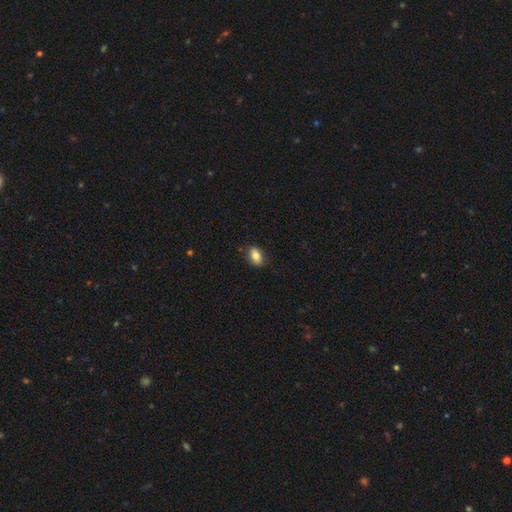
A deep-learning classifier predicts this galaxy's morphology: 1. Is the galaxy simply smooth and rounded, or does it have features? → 81% smooth, 11% featured or disk, 8% star or artifact.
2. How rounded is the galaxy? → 85% in between, 12% round, 2% cigar-shaped.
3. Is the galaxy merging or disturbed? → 85% none, 11% minor disturbance, 2% major disturbance, 1% merger.